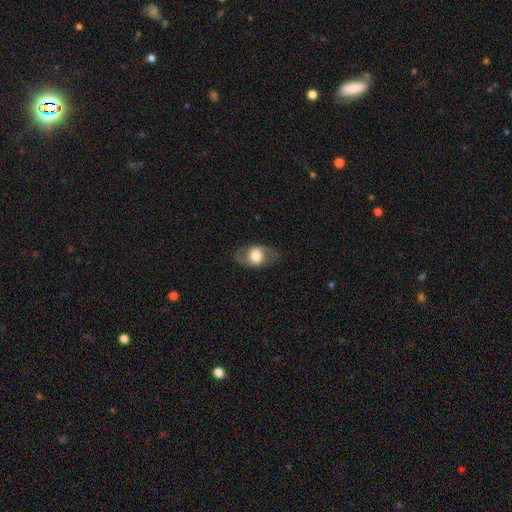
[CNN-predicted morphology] type=smooth (48%); merging=none (79%).